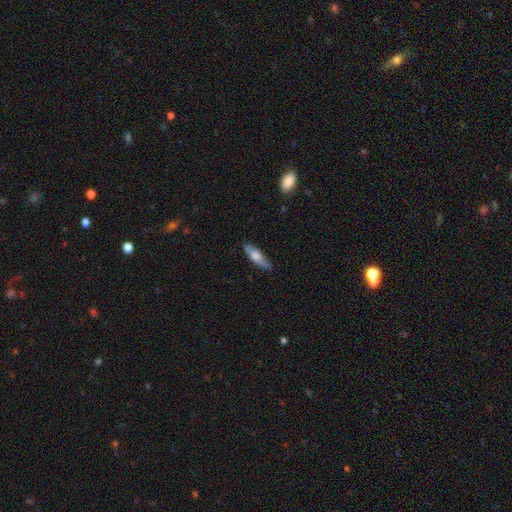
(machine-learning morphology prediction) Smooth or featured? Predicted: smooth (p=0.64). How rounded? Predicted: cigar-shaped (p=0.56). Merging? Predicted: none (p=0.79).